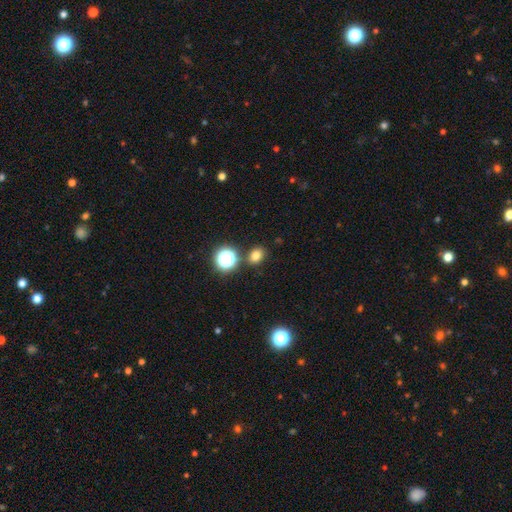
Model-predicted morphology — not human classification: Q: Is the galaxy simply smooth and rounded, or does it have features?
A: smooth — 75%.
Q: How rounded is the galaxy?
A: round — 53%.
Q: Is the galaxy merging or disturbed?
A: none — 82%.